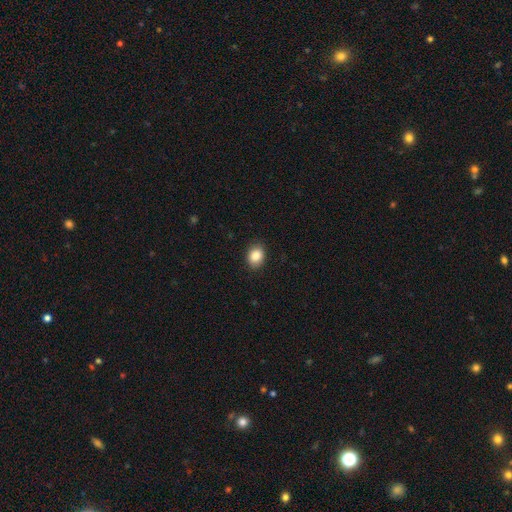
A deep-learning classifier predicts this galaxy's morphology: smooth-or-featured: smooth: 86% | star or artifact: 9% | featured or disk: 5%
  how-rounded: in between: 57% | round: 42% | cigar-shaped: 1%
  merging: none: 88% | minor disturbance: 9% | major disturbance: 2% | merger: 1%